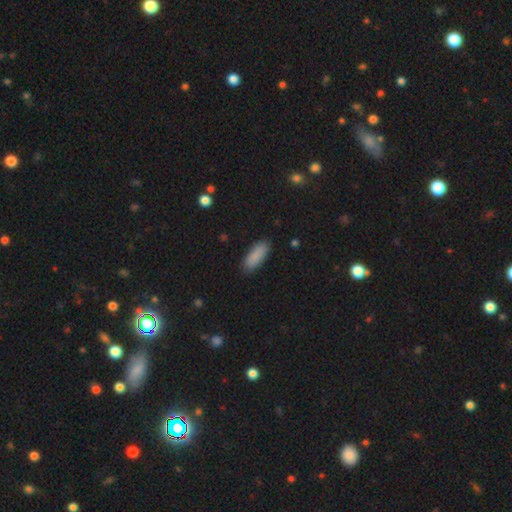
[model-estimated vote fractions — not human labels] A smooth galaxy with no disk features (88%) that is in between round and cigar-shaped (69%).

Vote fractions:
- Smooth or featured? smooth: 88% / star or artifact: 7% / featured or disk: 5%
- How rounded? in between: 69% / cigar-shaped: 29% / round: 2%
- Merging? none: 84% / minor disturbance: 12% / major disturbance: 2% / merger: 1%